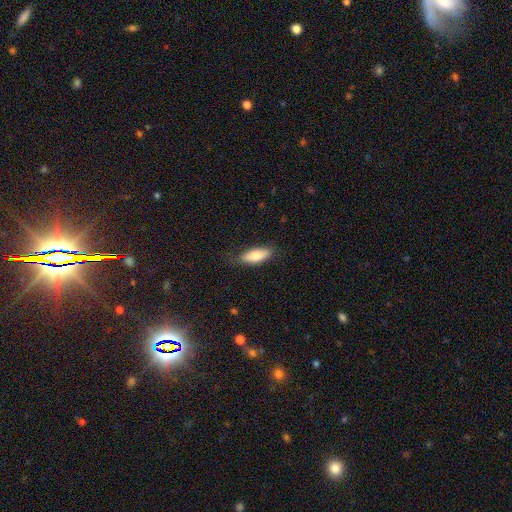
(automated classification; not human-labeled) Morphology: type=smooth (76%); roundness=in between (73%); merging=none (77%).